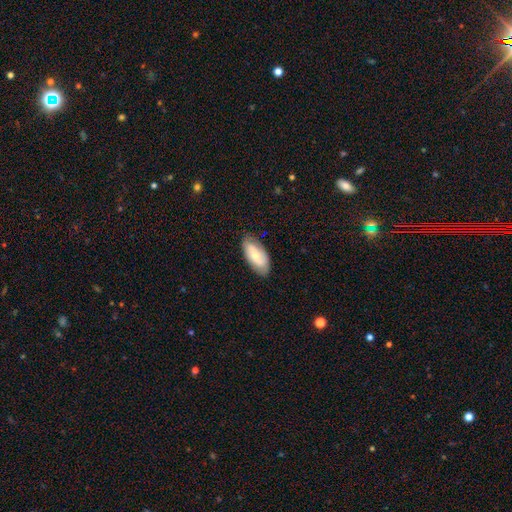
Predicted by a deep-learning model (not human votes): smooth_or_featured: smooth (p=0.58) [alt: featured or disk p=0.36]
how_rounded: in between (p=0.90) [alt: cigar-shaped p=0.07]
merging: none (p=0.82) [alt: minor disturbance p=0.14]